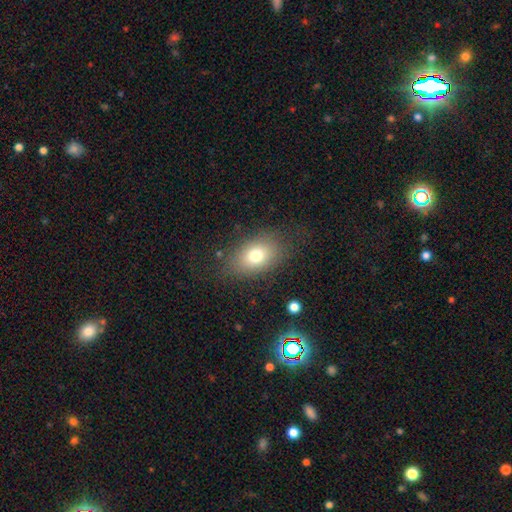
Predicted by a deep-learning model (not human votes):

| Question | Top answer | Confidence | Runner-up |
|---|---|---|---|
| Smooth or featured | smooth | 74% | featured or disk (15%) |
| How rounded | in between | 80% | round (18%) |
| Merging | none | 78% | minor disturbance (14%) |